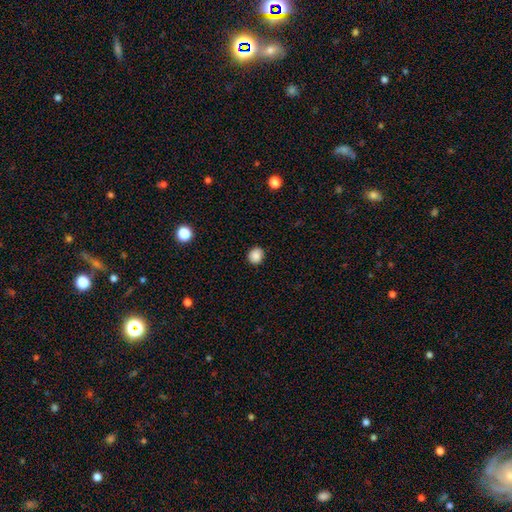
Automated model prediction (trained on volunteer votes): Smooth or featured? Predicted: smooth (p=0.87). How rounded? Predicted: round (p=0.82). Merging? Predicted: none (p=0.88).